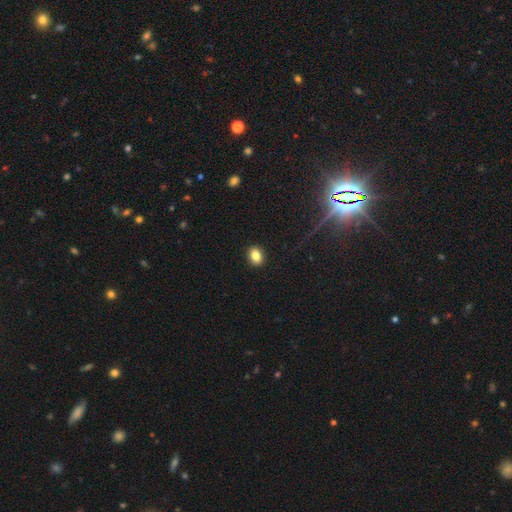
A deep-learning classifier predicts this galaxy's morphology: A smooth galaxy with no disk features (84%) that is in between round and cigar-shaped (60%). Merging: none (91%).